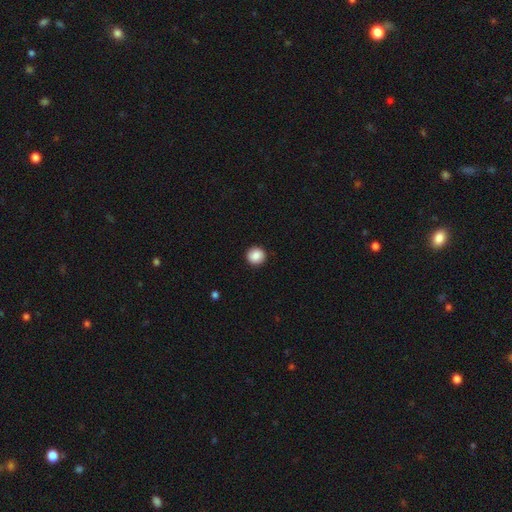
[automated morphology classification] Smooth or featured: smooth — 86% (star or artifact — 8%)
How rounded: round — 93% (in between — 6%)
Merging: none — 91% (minor disturbance — 6%)